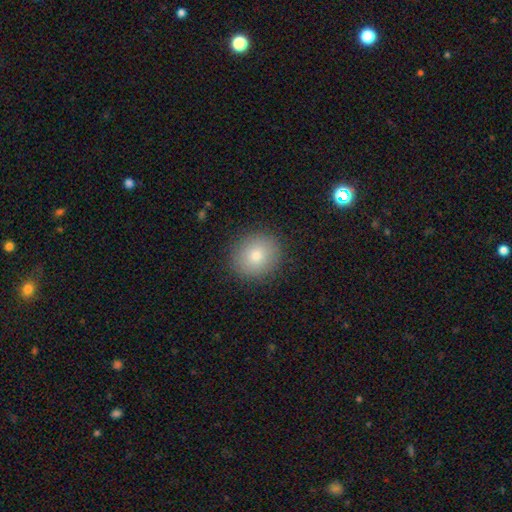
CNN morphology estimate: Smooth or featured? Predicted: smooth (p=0.80). How rounded? Predicted: round (p=0.85). Merging? Predicted: none (p=0.90).